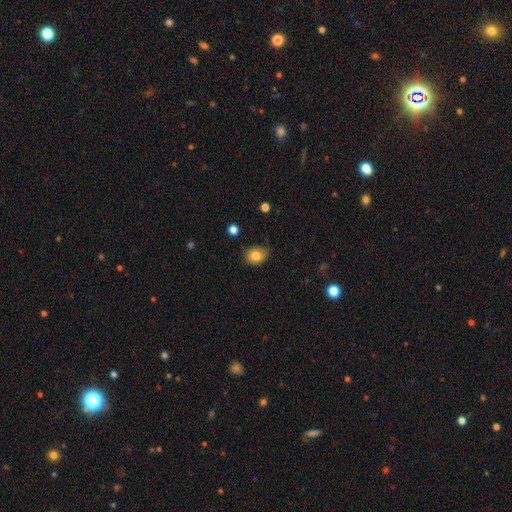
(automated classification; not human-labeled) smooth 81%, star or artifact 10%, featured or disk 9%. Down the decision tree: how rounded — round (53%); merging — none (76%).